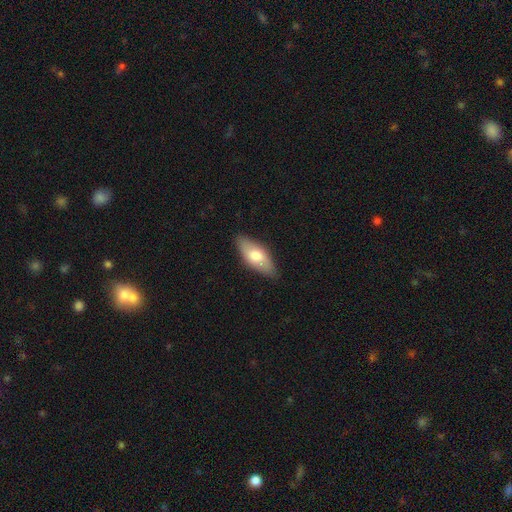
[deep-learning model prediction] Smooth or featured: smooth — 68% (featured or disk — 26%)
How rounded: in between — 82% (cigar-shaped — 15%)
Merging: none — 82% (minor disturbance — 15%)